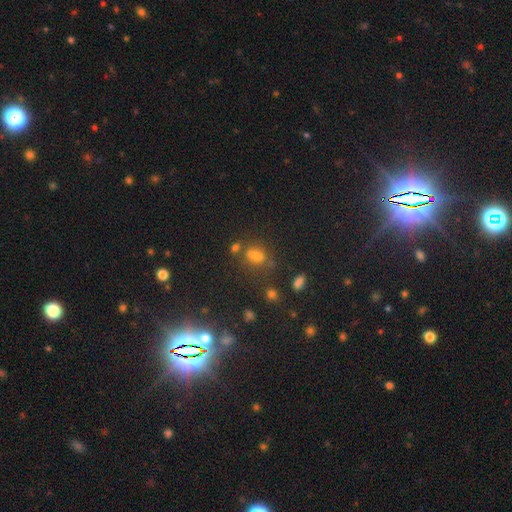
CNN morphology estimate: Smooth or featured?
  - smooth: 45% *
  - star or artifact: 43%
  - featured or disk: 12%
Merging?
  - none: 51% *
  - merger: 33%
  - minor disturbance: 11%
  - major disturbance: 6%